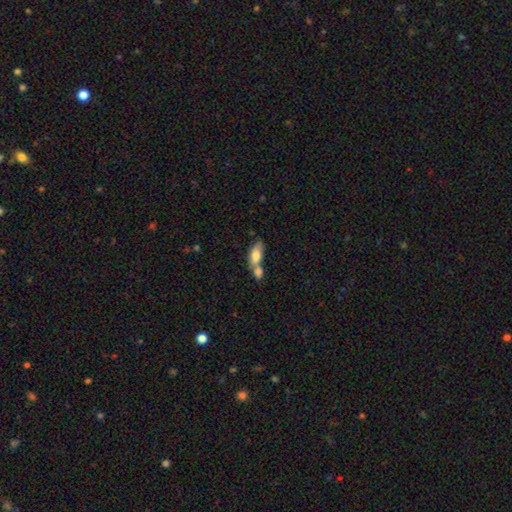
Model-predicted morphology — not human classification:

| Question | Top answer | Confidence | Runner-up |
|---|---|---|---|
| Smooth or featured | smooth | 75% | featured or disk (18%) |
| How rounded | in between | 82% | cigar-shaped (14%) |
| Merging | merger | 62% | none (24%) |